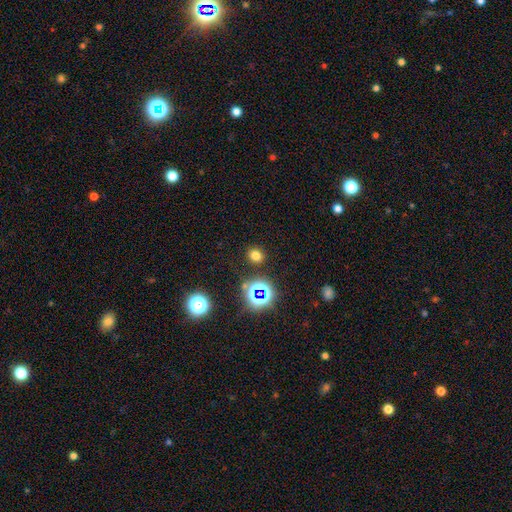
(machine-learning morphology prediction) Q: Smooth or featured?
A: smooth (70%); runner-up: star or artifact (23%)
Q: How rounded?
A: round (70%); runner-up: in between (29%)
Q: Merging?
A: none (87%); runner-up: minor disturbance (8%)